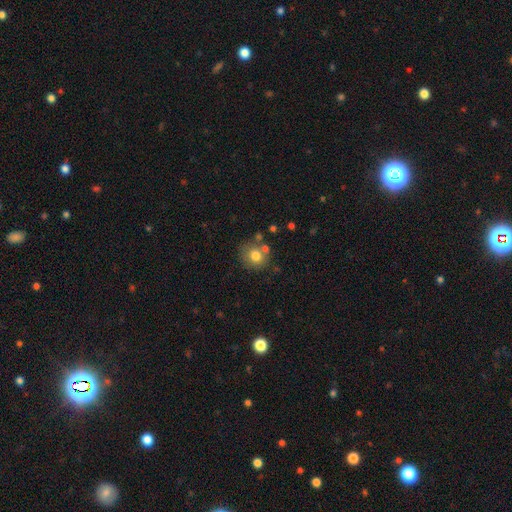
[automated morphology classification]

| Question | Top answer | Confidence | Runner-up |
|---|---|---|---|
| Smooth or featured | smooth | 76% | featured or disk (13%) |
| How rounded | round | 79% | in between (20%) |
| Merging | none | 66% | merger (15%) |